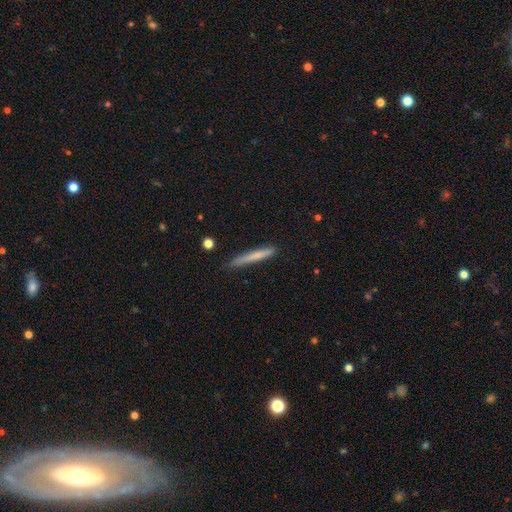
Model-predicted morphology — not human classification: Smooth or featured? smooth (71%)
How rounded? cigar-shaped (96%)
Merging? none (82%)